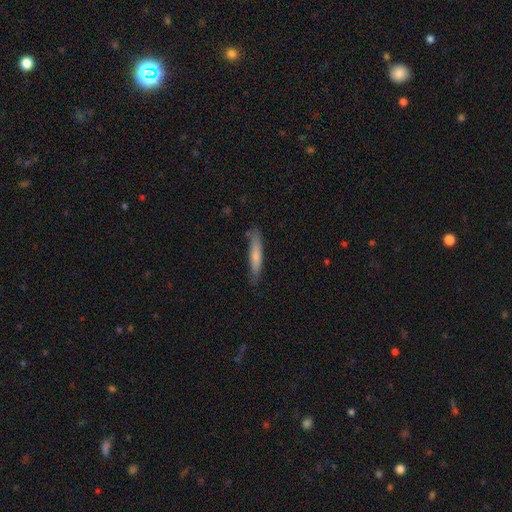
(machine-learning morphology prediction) smooth 67%, featured or disk 27%, star or artifact 6%. Down the decision tree: how rounded — cigar-shaped (91%); merging — none (80%).